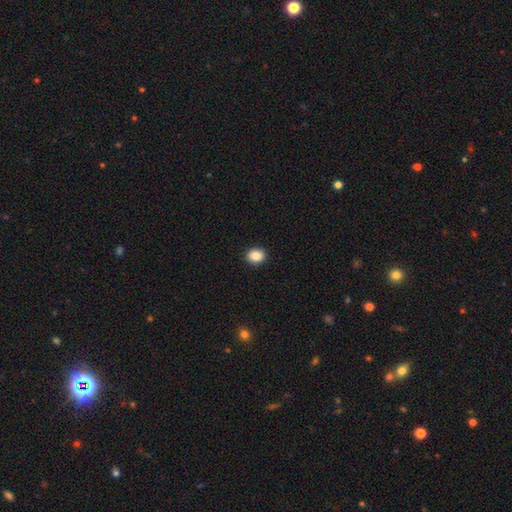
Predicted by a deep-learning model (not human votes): Morphology: type=smooth (86%); roundness=round (62%); merging=none (92%).